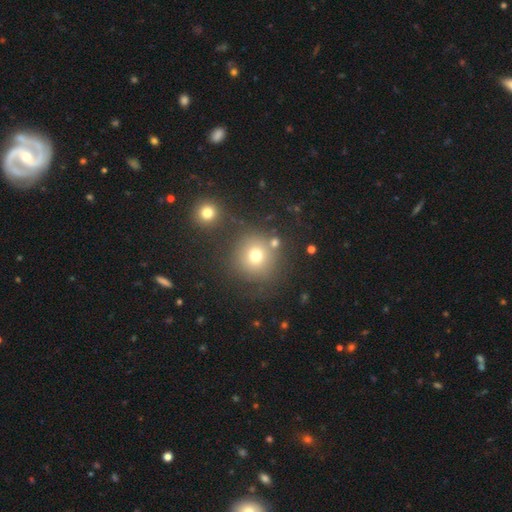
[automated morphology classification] smooth_or_featured: smooth (p=0.72) [alt: star or artifact p=0.17]
how_rounded: round (p=0.93) [alt: in between p=0.06]
merging: none (p=0.74) [alt: merger p=0.11]